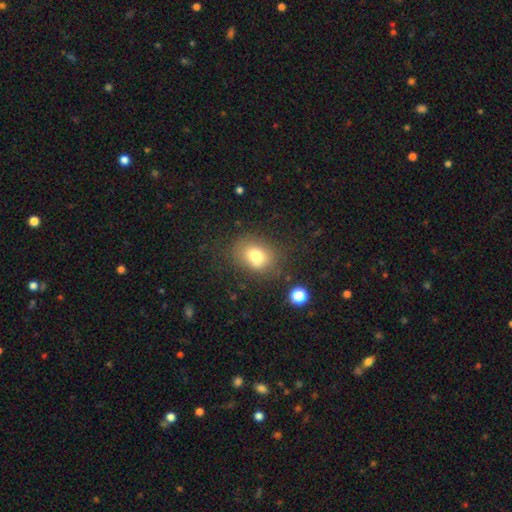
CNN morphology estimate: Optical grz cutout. It shows a smooth galaxy with no disk features (73%) that is in between round and cigar-shaped (56%). Merging: none (69%).